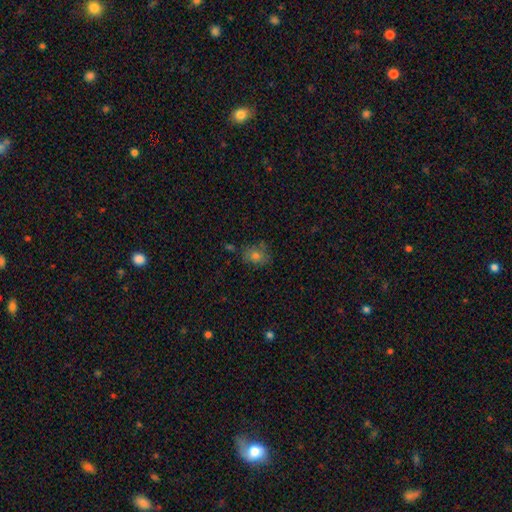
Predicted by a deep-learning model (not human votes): This is likely a smooth galaxy (64%). How rounded: possibly round (60%). Merging: likely none (70%).